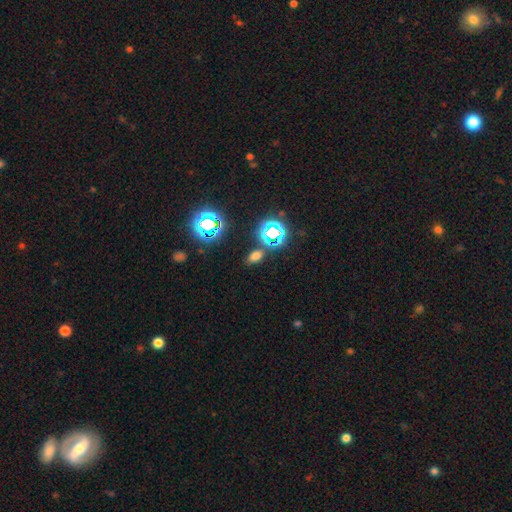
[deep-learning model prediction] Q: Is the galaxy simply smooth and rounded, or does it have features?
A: smooth — 60%.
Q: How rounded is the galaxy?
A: in between — 81%.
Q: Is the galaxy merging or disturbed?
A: none — 80%.